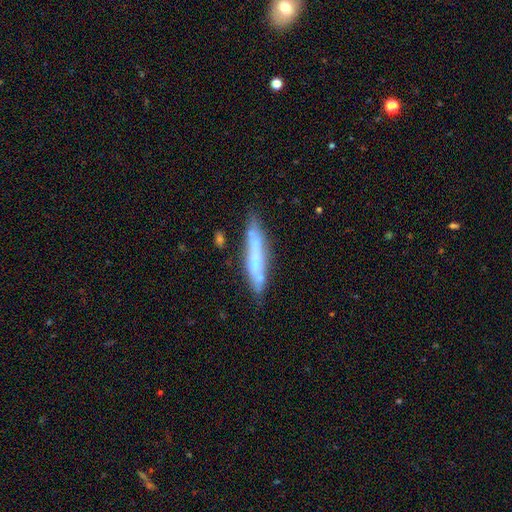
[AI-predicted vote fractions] smooth_or_featured: featured or disk (p=0.63) [alt: smooth p=0.29]
disk_edge_on: yes (p=0.77) [alt: no p=0.23]
merging: none (p=0.70) [alt: minor disturbance p=0.20]